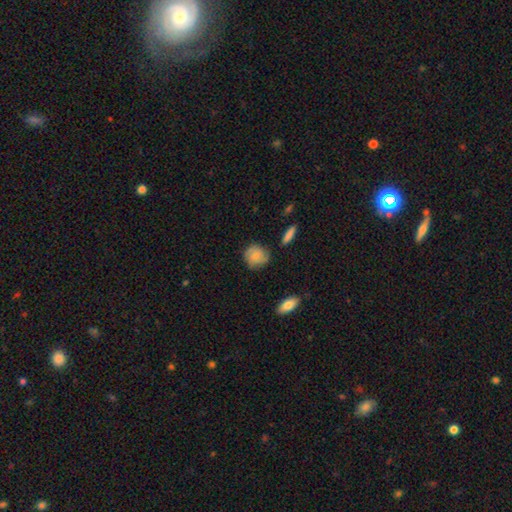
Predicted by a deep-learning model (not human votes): A smooth galaxy with no disk features (66%) that is round (77%). Merging: none (70%).